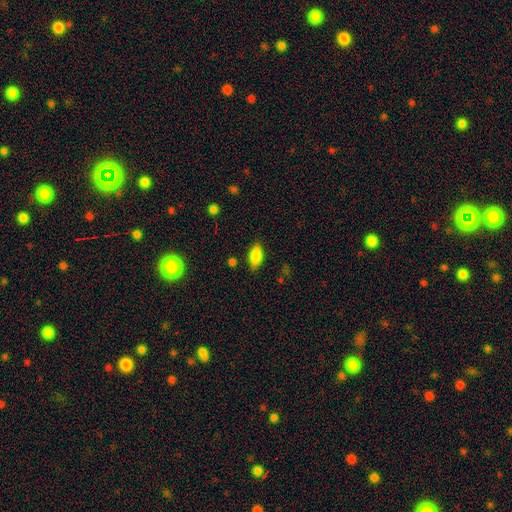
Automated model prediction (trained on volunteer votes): This appears to be a smooth galaxy with no disk features (84%) that is in between round and cigar-shaped (88%). Merging: none (82%).